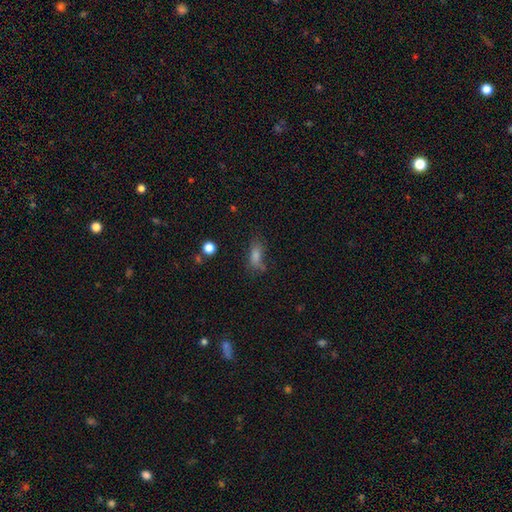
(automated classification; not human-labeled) smooth 68%, star or artifact 17%, featured or disk 15%. Down the decision tree: how rounded — in between (72%); merging — none (52%).